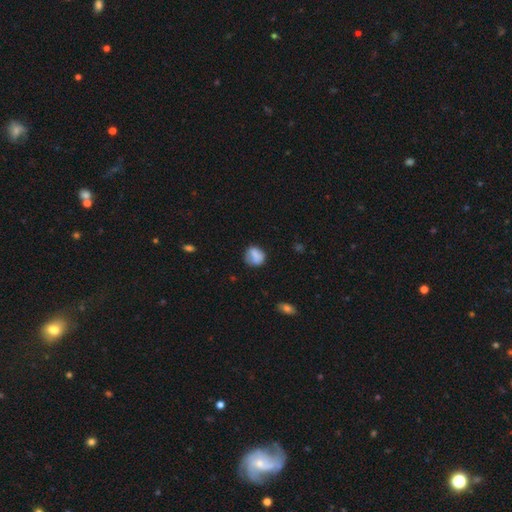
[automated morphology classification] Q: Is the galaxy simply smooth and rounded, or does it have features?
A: smooth — 76%.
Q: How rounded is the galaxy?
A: round — 72%.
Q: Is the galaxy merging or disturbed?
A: none — 66%.